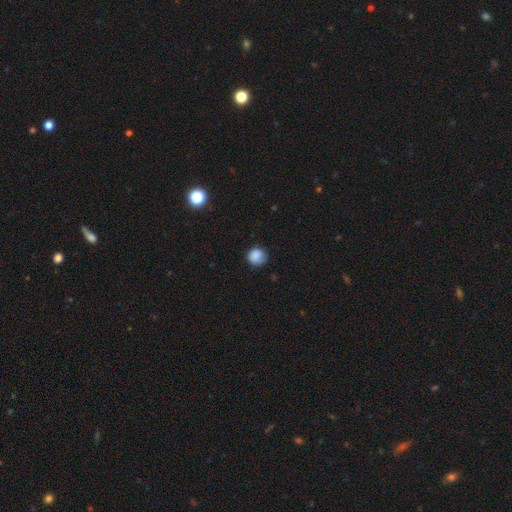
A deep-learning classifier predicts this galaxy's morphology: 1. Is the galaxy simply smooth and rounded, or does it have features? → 85% smooth, 9% star or artifact, 6% featured or disk.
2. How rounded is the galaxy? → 85% round, 14% in between, 1% cigar-shaped.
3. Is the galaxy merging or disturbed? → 70% none, 23% minor disturbance, 6% major disturbance, 1% merger.